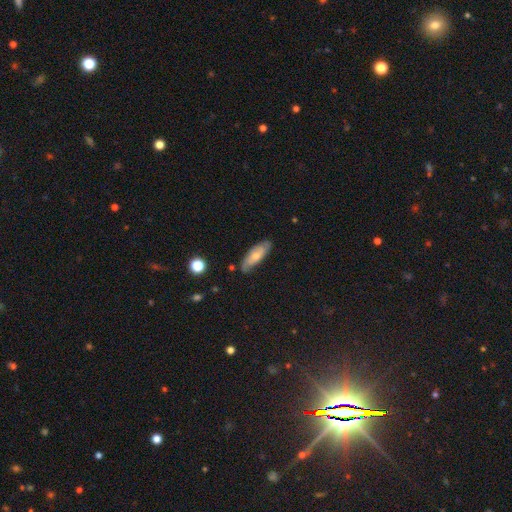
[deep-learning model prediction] Smooth or featured? Predicted: smooth (p=0.51). How rounded? Predicted: in between (p=0.62). Merging? Predicted: none (p=0.76).